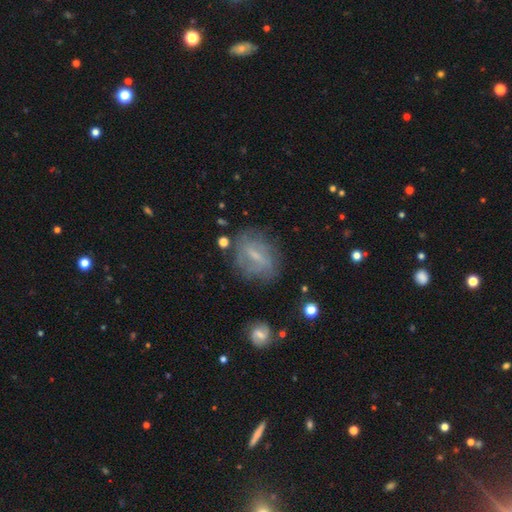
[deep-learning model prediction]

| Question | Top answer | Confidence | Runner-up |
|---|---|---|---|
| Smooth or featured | featured or disk | 57% | smooth (32%) |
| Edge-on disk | no | 92% | yes (8%) |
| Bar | weak | 54% | strong (25%) |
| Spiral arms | yes | 64% | no (36%) |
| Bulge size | small | 53% | moderate (24%) |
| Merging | none | 67% | minor disturbance (20%) |